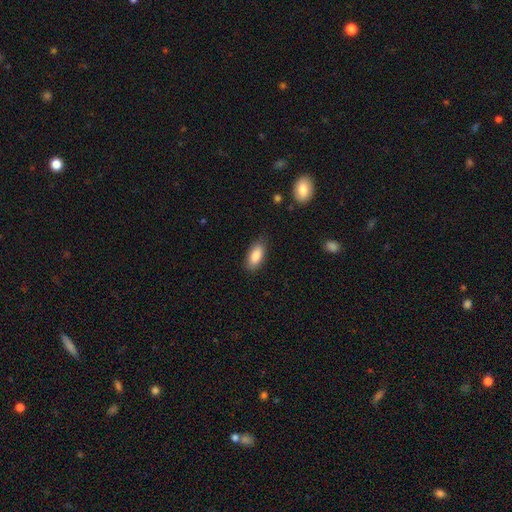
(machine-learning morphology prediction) This appears to be a smooth galaxy with no disk features (87%) that is in between round and cigar-shaped (88%). Merging: none (82%).